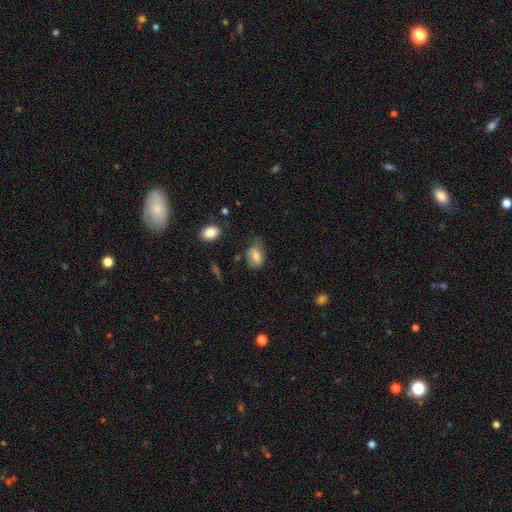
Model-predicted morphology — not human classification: A smooth galaxy with no disk features (69%) that is in between round and cigar-shaped (84%). Merging: none (40%).